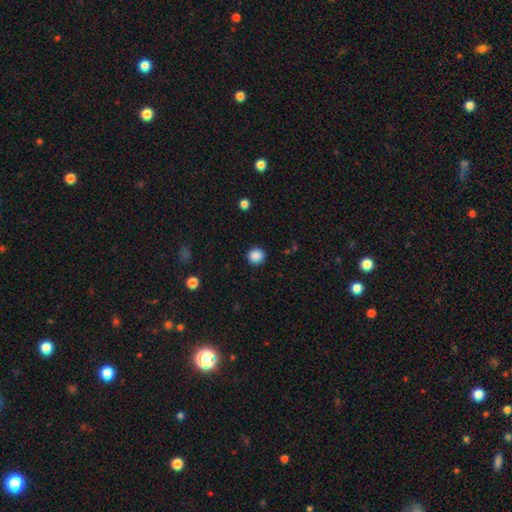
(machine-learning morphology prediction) Overall: smooth (87%). How rounded: round (91%). Merging: none (90%).